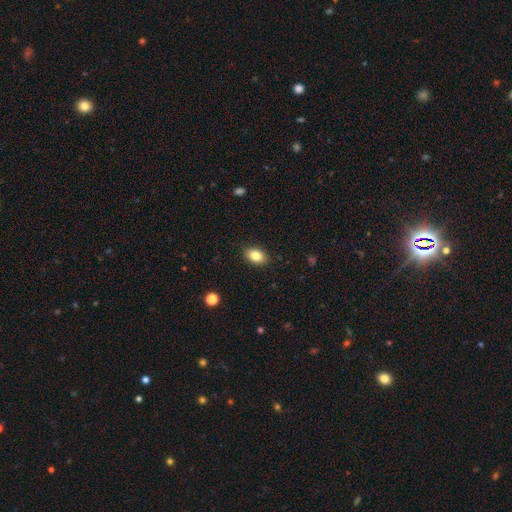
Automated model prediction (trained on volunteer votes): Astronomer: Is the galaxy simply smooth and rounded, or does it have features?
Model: smooth — 84%.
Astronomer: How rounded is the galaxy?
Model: in between — 82%.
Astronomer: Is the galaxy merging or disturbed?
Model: none — 88%.